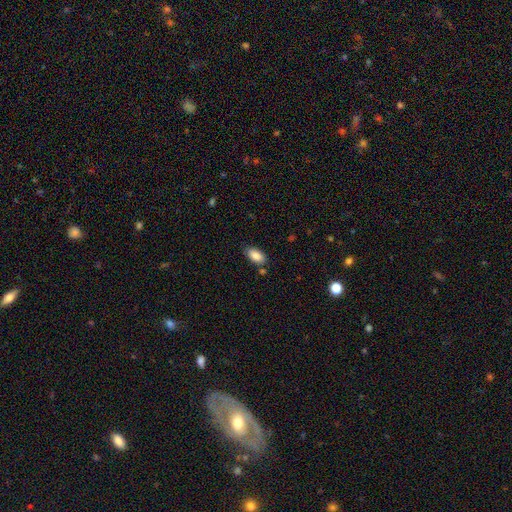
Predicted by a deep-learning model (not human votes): Smooth or featured? Predicted: smooth (p=0.87). How rounded? Predicted: in between (p=0.93). Merging? Predicted: none (p=0.80).